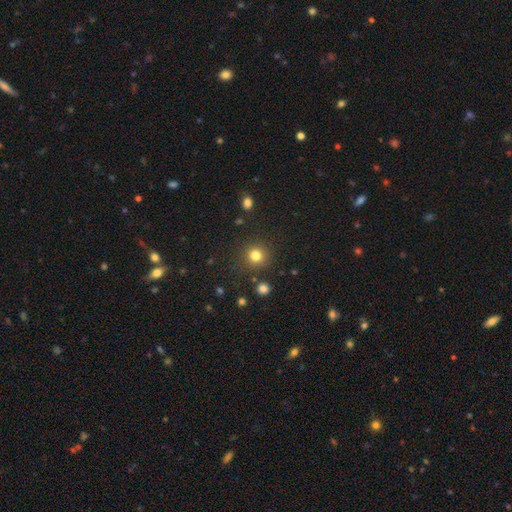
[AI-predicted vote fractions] This appears to be a smooth galaxy with no disk features (81%) that is round (91%). Merging: none (85%).